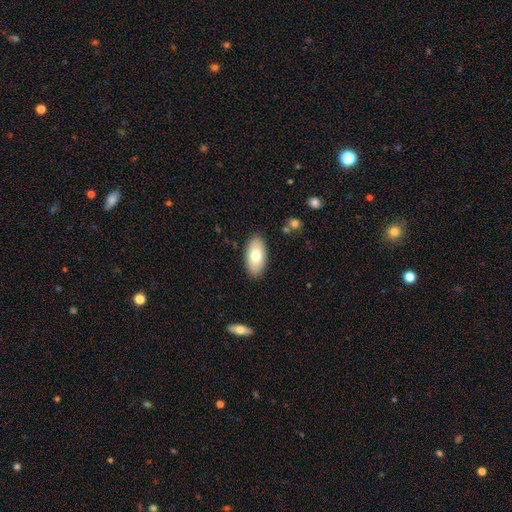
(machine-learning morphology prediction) Smooth or featured?
  - smooth: 74% *
  - featured or disk: 19%
  - star or artifact: 6%
How rounded?
  - in between: 93% *
  - cigar-shaped: 4%
  - round: 3%
Merging?
  - none: 88% *
  - minor disturbance: 9%
  - major disturbance: 2%
  - merger: 1%